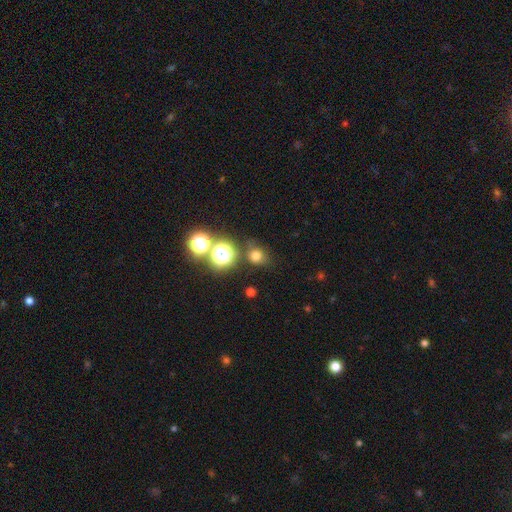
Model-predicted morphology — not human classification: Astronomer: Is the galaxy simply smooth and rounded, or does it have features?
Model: smooth — 68%.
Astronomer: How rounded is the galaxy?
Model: round — 80%.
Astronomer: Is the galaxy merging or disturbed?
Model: none — 76%.